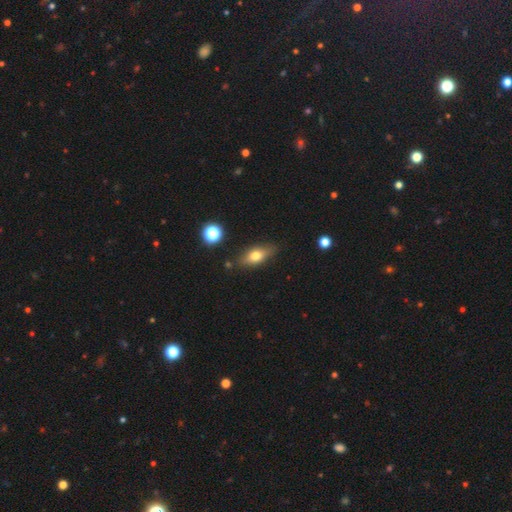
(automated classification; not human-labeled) A smooth galaxy with no disk features (62%) that is in between round and cigar-shaped (71%). Merging: none (81%).